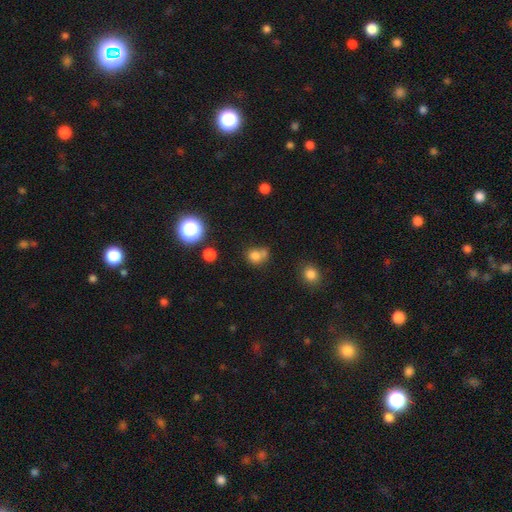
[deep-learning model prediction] Smooth or featured? Predicted: smooth (p=0.76). How rounded? Predicted: round (p=0.69). Merging? Predicted: none (p=0.41).